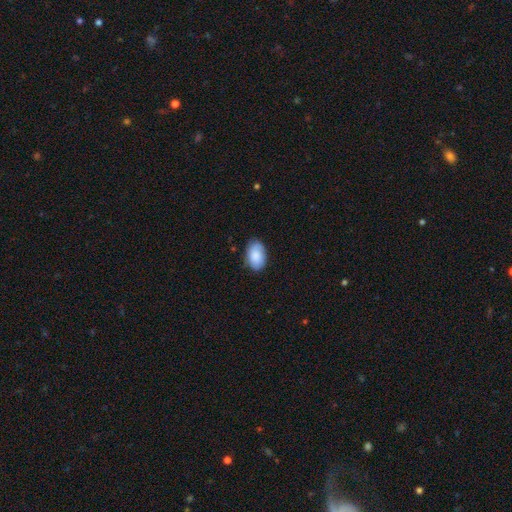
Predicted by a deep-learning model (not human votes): smooth_or_featured: smooth (p=0.84) [alt: featured or disk p=0.10]
how_rounded: in between (p=0.92) [alt: round p=0.07]
merging: none (p=0.81) [alt: minor disturbance p=0.15]